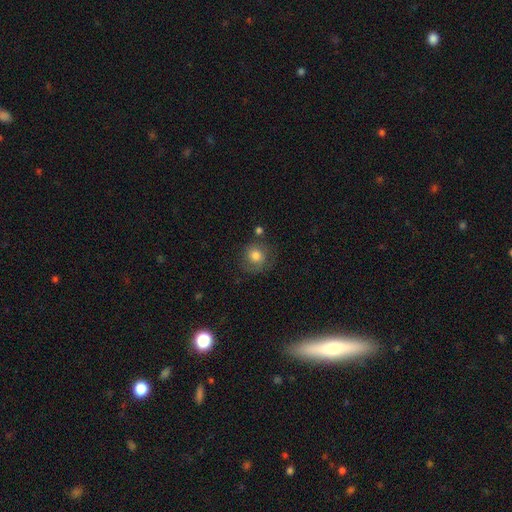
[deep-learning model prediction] smooth 76%, featured or disk 15%, star or artifact 10%. Down the decision tree: how rounded — round (87%); merging — none (67%).